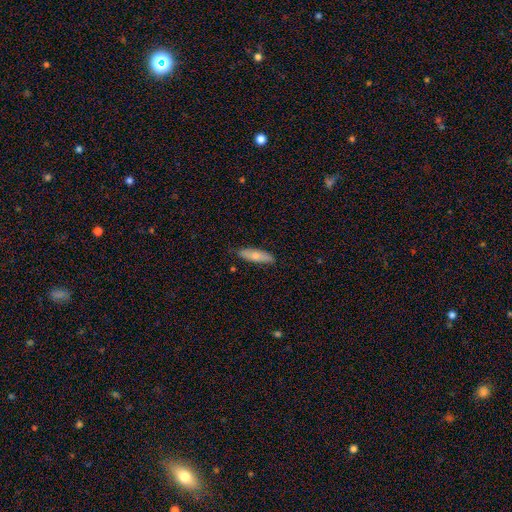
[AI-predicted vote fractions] smooth_or_featured: smooth (p=0.69) [alt: featured or disk p=0.25]
how_rounded: cigar-shaped (p=0.51) [alt: in between p=0.47]
merging: none (p=0.85) [alt: minor disturbance p=0.11]